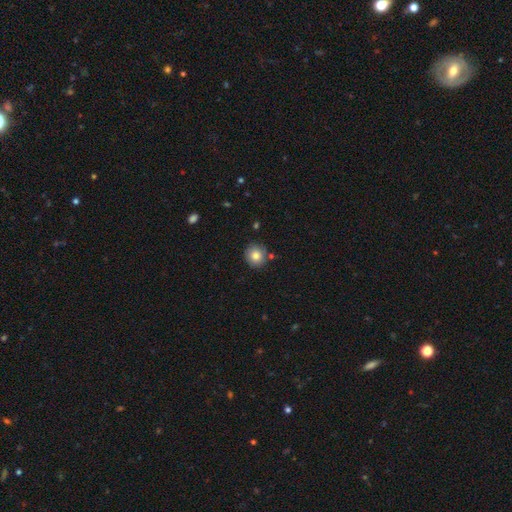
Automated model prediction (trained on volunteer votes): Overall: smooth (80%). How rounded: round (91%). Merging: none (84%).